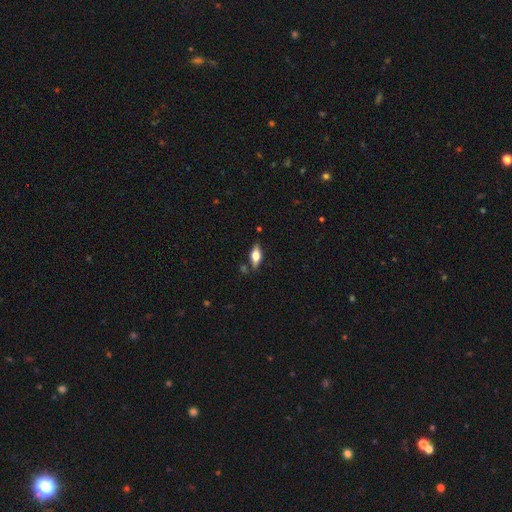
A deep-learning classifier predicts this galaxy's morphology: The model was most divided on "smooth or featured": smooth: 47%, featured or disk: 45%, star or artifact: 7%. More confident: merging — none (80%).